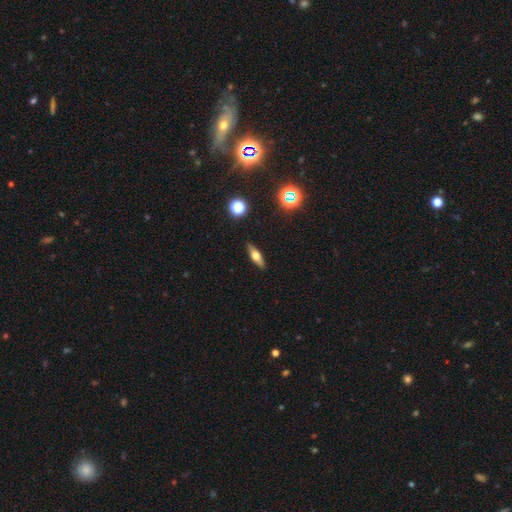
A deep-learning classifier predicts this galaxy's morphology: type=featured or disk (46%); merging=none (89%).